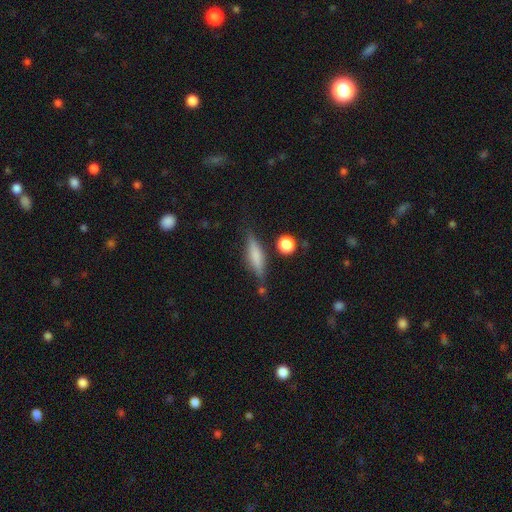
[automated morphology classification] This is possibly a smooth galaxy (52%). How rounded: likely cigar-shaped (68%). Merging: likely none (75%).